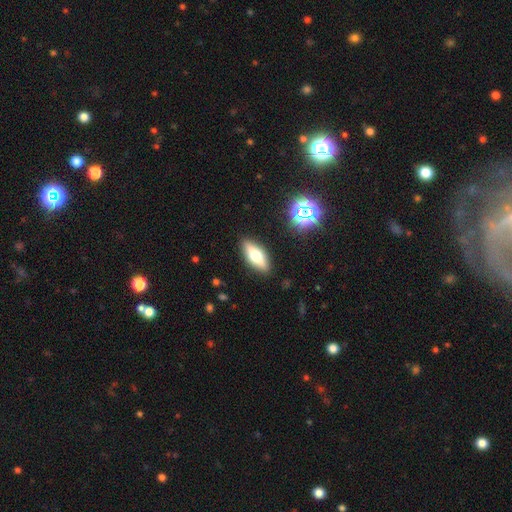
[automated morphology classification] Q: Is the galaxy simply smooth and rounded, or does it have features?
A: smooth — 56%.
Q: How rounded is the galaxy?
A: in between — 68%.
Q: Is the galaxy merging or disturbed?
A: none — 88%.